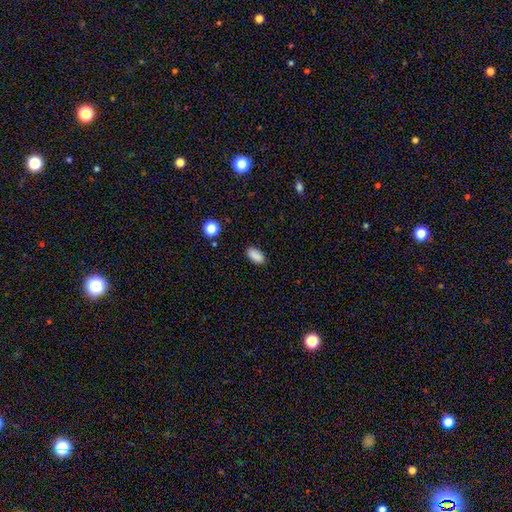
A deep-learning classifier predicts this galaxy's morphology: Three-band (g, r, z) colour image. It shows a smooth galaxy with no disk features (88%) that is in between round and cigar-shaped (91%). Merging: none (88%).